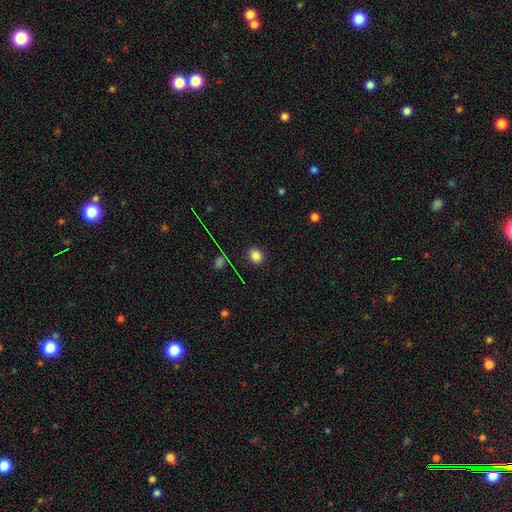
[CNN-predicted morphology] smooth 82%, star or artifact 14%, featured or disk 4%. Down the decision tree: how rounded — round (70%); merging — none (88%).